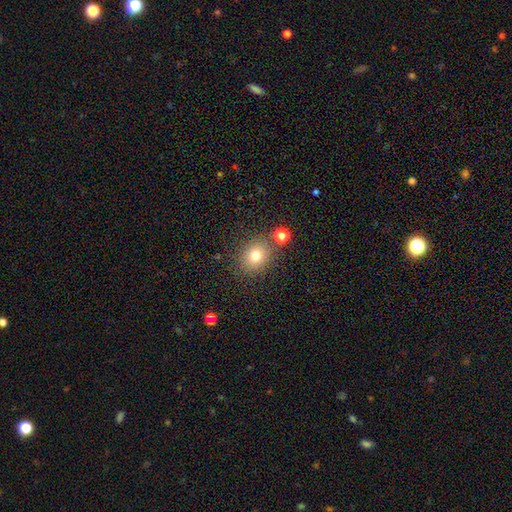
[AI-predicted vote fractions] Smooth or featured? Predicted: smooth (p=0.76). How rounded? Predicted: round (p=0.69). Merging? Predicted: none (p=0.80).